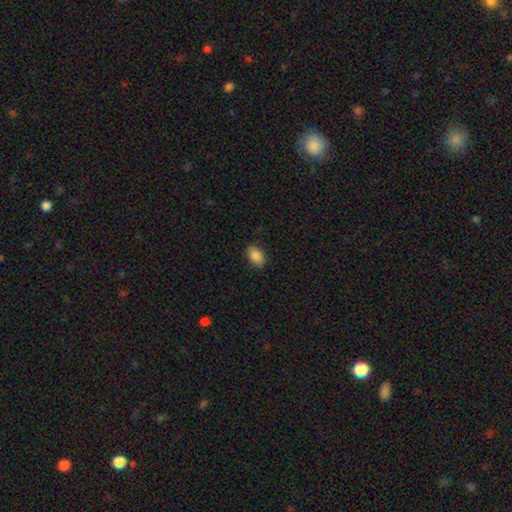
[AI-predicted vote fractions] Smooth or featured? Predicted: smooth (p=0.87). How rounded? Predicted: in between (p=0.90). Merging? Predicted: none (p=0.87).